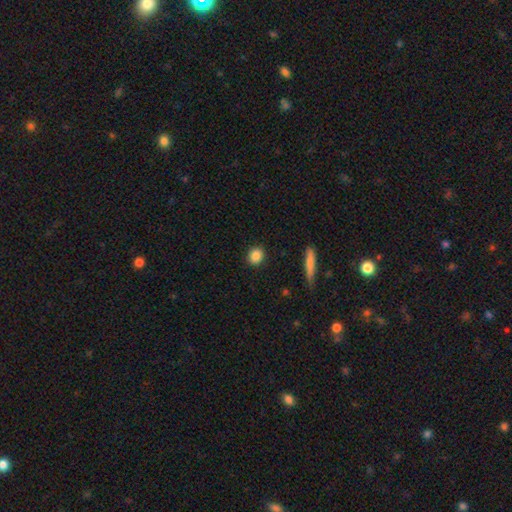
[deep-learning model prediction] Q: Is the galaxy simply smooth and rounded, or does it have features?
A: smooth — 87%.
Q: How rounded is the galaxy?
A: round — 73%.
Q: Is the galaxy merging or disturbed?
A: none — 90%.